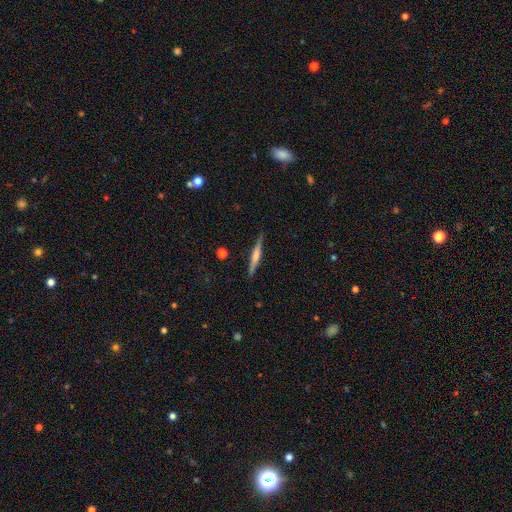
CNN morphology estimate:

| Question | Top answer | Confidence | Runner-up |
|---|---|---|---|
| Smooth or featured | featured or disk | 57% | smooth (37%) |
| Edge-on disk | yes | 98% | no (2%) |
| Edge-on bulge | rounded | 47% | none (29%) |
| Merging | none | 88% | minor disturbance (9%) |